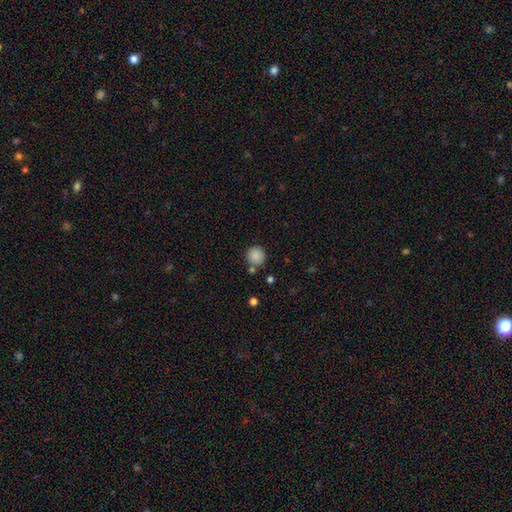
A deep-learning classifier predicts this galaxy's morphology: This appears to be a smooth galaxy with no disk features (87%) that is round (93%). Merging: none (77%).